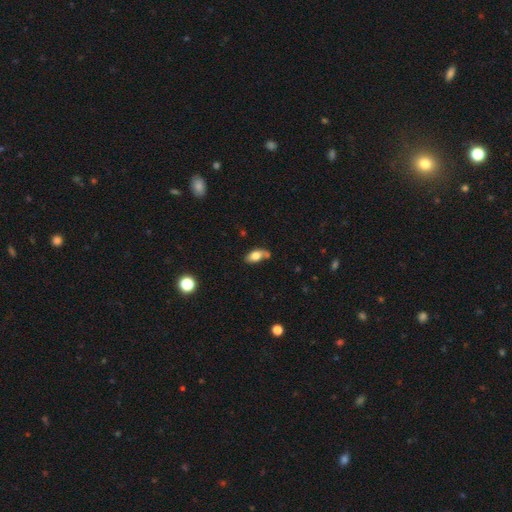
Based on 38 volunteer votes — Smooth or featured? 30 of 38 (79%) said smooth. How rounded? 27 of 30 (90%) said in between. Merging? 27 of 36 (75%) said none.